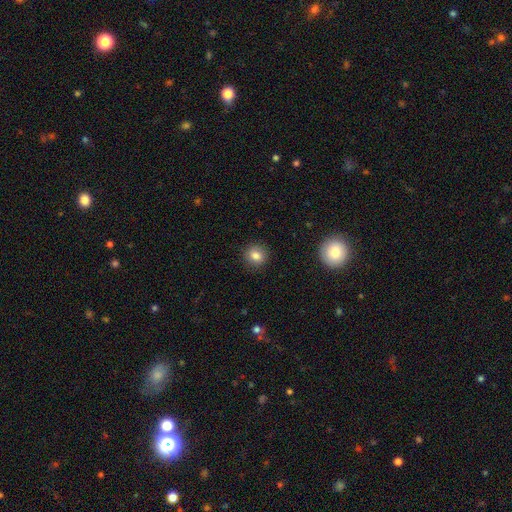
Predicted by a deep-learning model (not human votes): Q: Smooth or featured?
A: smooth (82%); runner-up: star or artifact (11%)
Q: How rounded?
A: round (86%); runner-up: in between (13%)
Q: Merging?
A: none (90%); runner-up: minor disturbance (7%)